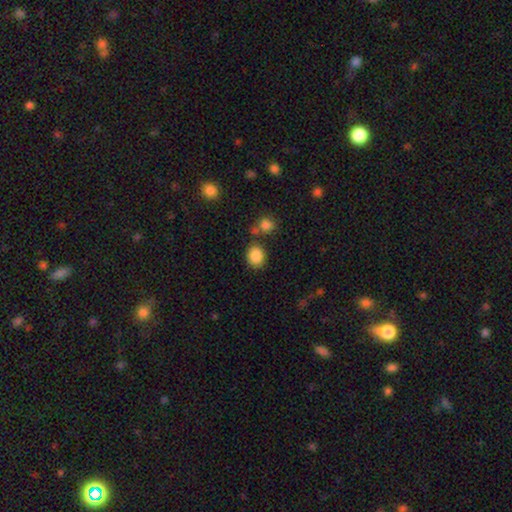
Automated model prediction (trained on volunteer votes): Overall: smooth (87%). How rounded: round (61%; in between 38%). Merging: none (76%).